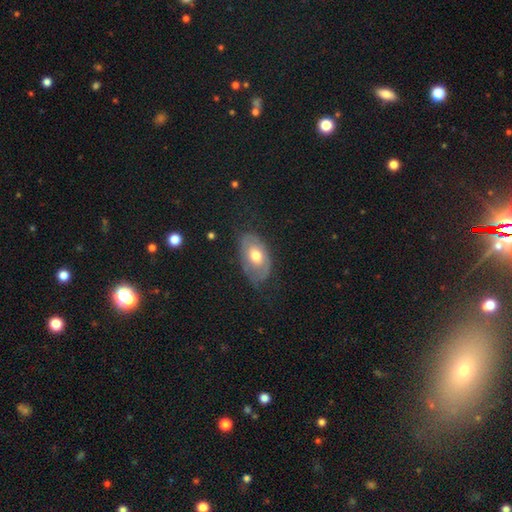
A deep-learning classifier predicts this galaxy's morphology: Smooth or featured? Predicted: smooth (p=0.50). How rounded? Predicted: in between (p=0.90). Merging? Predicted: none (p=0.62).